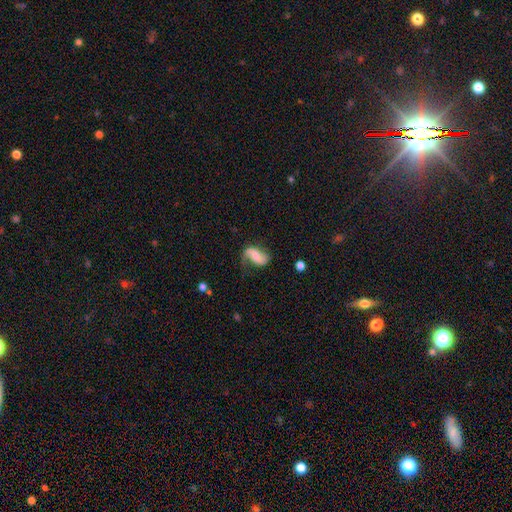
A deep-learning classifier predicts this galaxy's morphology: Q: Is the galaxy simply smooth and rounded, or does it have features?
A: featured or disk — 57%.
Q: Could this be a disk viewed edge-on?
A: no — 96%.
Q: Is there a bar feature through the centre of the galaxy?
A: no — 41%.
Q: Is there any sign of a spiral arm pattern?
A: yes — 89%.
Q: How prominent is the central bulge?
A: small — 35%.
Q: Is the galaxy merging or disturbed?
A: none — 55%.